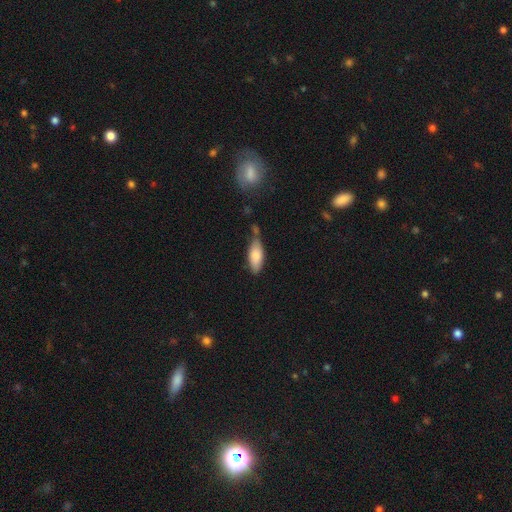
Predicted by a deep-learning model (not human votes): Smooth or featured? smooth (82%)
How rounded? in between (76%)
Merging? none (54%)